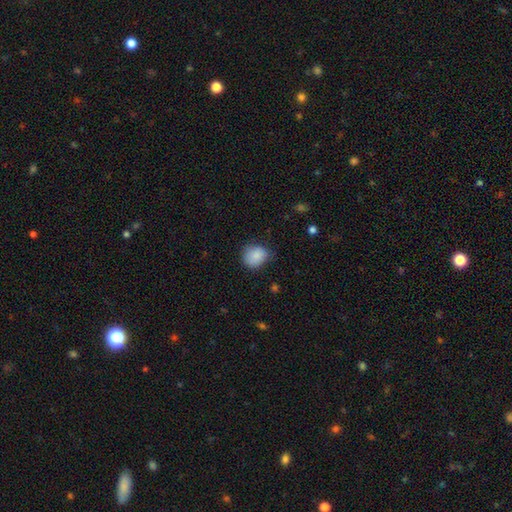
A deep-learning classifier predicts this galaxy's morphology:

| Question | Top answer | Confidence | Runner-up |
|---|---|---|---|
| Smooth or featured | smooth | 86% | star or artifact (8%) |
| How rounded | round | 66% | in between (33%) |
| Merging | none | 63% | minor disturbance (29%) |